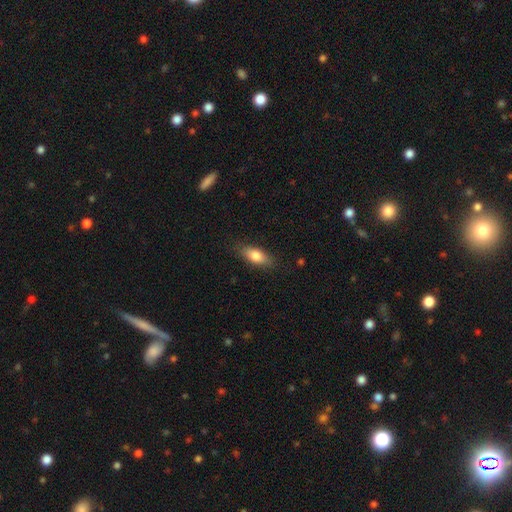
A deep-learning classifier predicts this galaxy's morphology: Overall: smooth (80%). How rounded: in between (77%). Merging: none (83%).